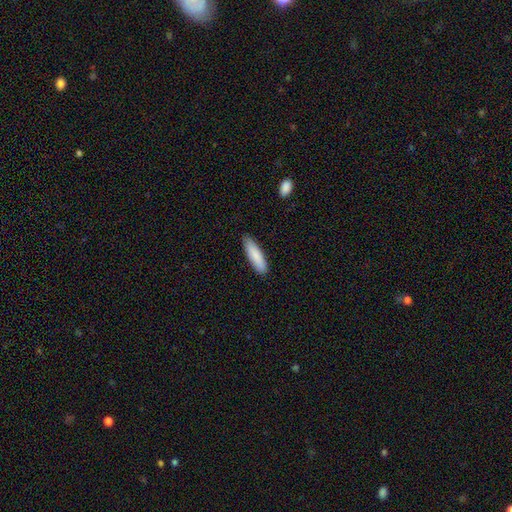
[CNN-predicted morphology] Smooth or featured: smooth — 86% (featured or disk — 8%)
How rounded: cigar-shaped — 63% (in between — 35%)
Merging: none — 87% (minor disturbance — 10%)